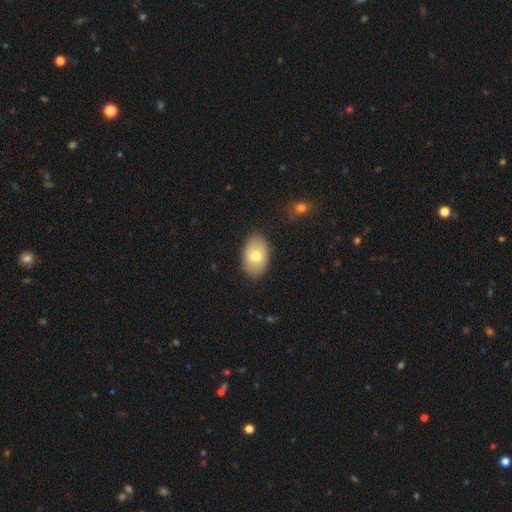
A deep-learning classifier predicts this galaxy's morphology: smooth-or-featured: smooth: 73% | featured or disk: 20% | star or artifact: 7%
  how-rounded: in between: 89% | round: 10% | cigar-shaped: 1%
  merging: none: 86% | minor disturbance: 10% | major disturbance: 2% | merger: 1%